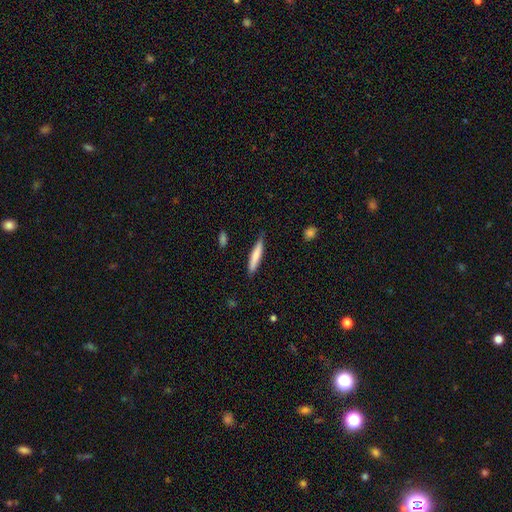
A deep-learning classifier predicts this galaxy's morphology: Overall: smooth (75%). How rounded: cigar-shaped (90%). Merging: none (84%).